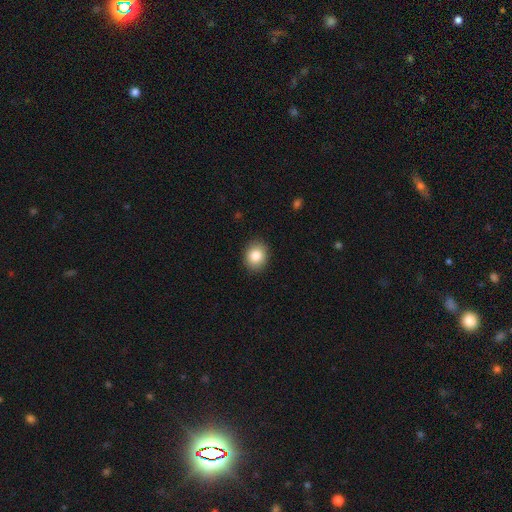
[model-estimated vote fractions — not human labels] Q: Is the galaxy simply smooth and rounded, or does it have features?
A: smooth — 84%.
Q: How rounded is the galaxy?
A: round — 61%.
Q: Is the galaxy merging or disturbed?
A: none — 90%.